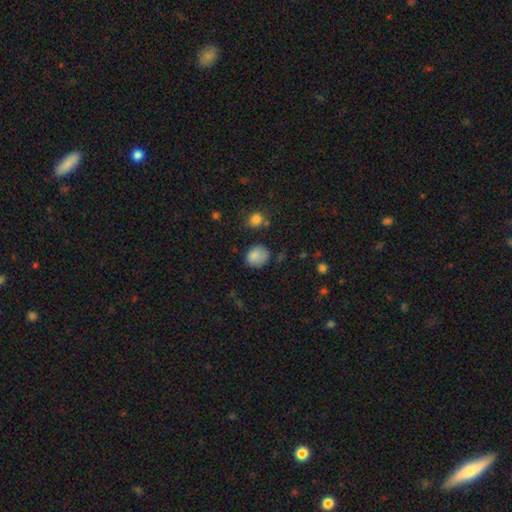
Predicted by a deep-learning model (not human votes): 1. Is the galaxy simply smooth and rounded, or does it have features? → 84% smooth, 9% star or artifact, 7% featured or disk.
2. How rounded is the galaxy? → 65% round, 34% in between, 1% cigar-shaped.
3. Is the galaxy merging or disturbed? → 68% none, 24% minor disturbance, 5% major disturbance, 3% merger.